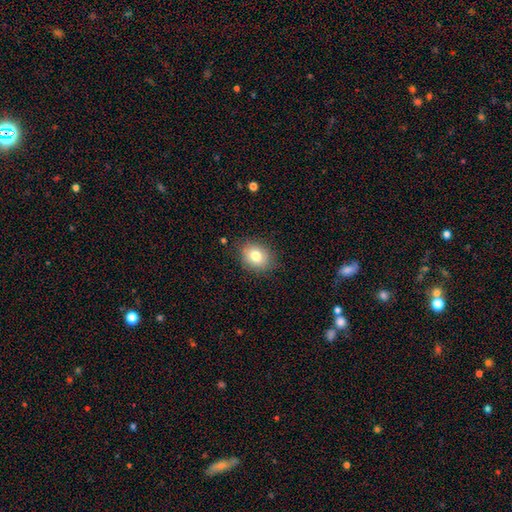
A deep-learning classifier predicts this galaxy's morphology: A smooth galaxy with no disk features (79%) that is round (54%). Merging: none (84%).